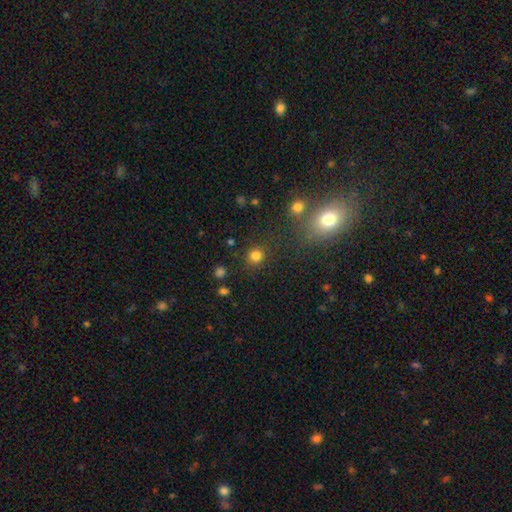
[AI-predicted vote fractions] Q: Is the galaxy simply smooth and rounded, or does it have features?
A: smooth — 80%.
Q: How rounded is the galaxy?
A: round — 91%.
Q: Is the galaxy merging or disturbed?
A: none — 87%.